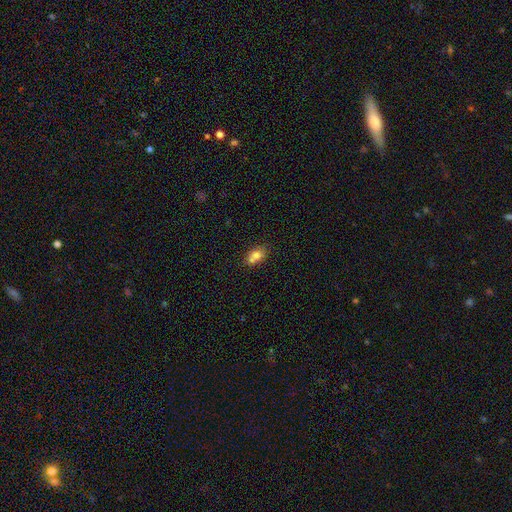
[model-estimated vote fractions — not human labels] Smooth or featured? smooth (74%)
How rounded? in between (68%)
Merging? none (44%)